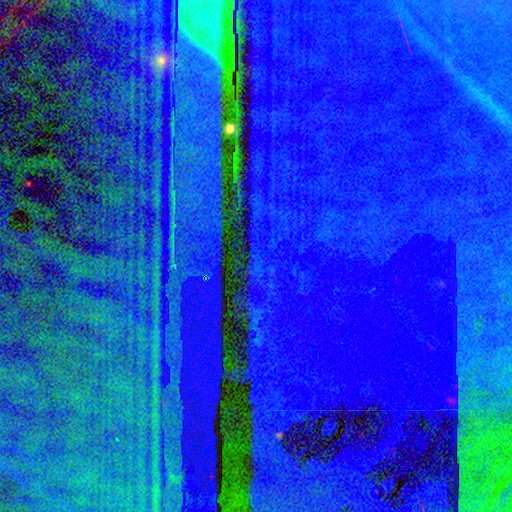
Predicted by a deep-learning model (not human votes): Smooth or featured: star or artifact — 87% (featured or disk — 7%)